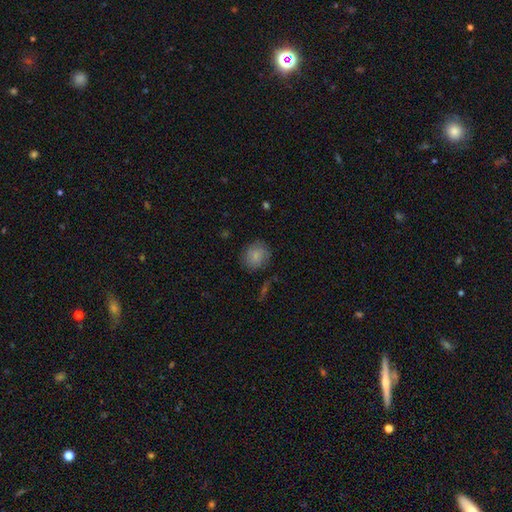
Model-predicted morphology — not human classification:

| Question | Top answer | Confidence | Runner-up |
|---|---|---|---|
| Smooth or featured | smooth | 76% | featured or disk (16%) |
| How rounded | round | 79% | in between (20%) |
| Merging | none | 76% | minor disturbance (17%) |